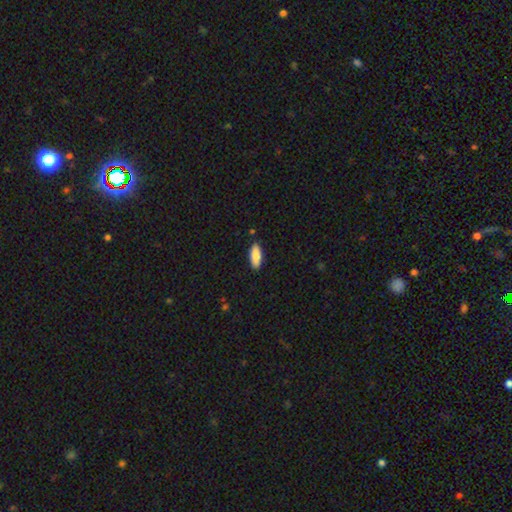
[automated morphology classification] type=smooth (88%); roundness=in between (77%); merging=none (87%).